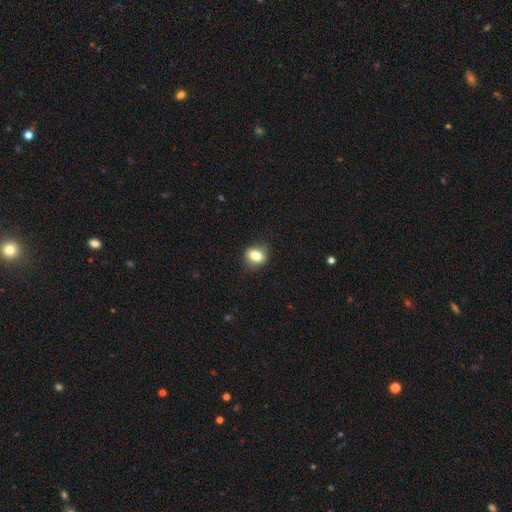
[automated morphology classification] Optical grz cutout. It shows a smooth galaxy with no disk features (77%) that is in between round and cigar-shaped (53%). Merging: none (83%).